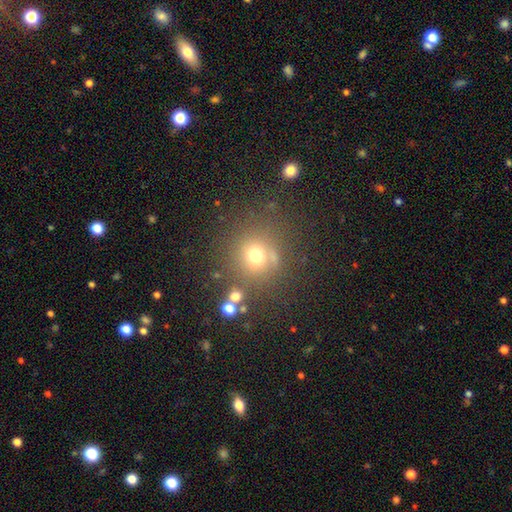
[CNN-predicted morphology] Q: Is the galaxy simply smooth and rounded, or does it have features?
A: smooth — 69%.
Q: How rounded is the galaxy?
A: round — 89%.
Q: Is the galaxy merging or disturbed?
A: none — 73%.